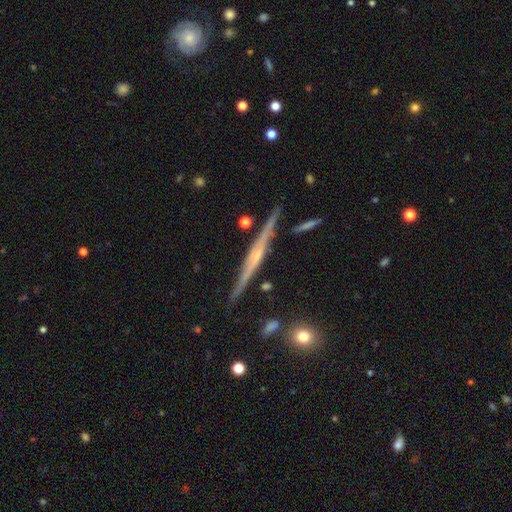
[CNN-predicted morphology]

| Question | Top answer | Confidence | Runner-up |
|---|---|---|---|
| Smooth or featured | featured or disk | 78% | smooth (15%) |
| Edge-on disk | yes | 97% | no (3%) |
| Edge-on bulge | rounded | 48% | none (35%) |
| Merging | none | 85% | minor disturbance (10%) |